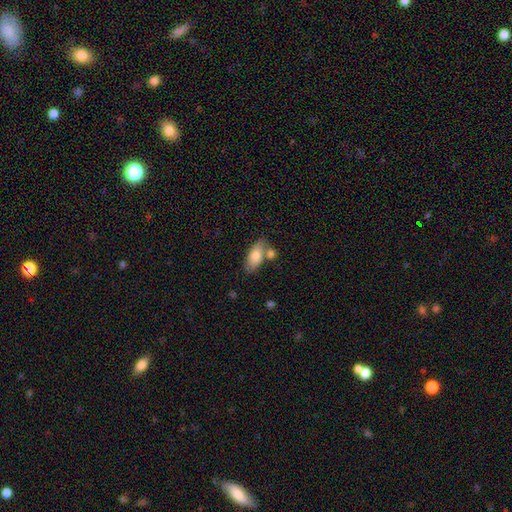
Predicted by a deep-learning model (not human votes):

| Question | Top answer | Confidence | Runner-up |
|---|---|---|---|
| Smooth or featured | smooth | 79% | featured or disk (15%) |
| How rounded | in between | 88% | cigar-shaped (9%) |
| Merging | none | 62% | merger (20%) |